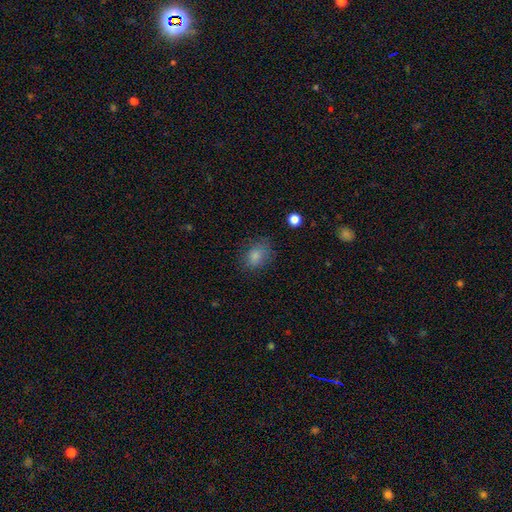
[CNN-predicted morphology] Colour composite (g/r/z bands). It shows a smooth galaxy with no disk features (82%) that is in between round and cigar-shaped (56%). Merging: none (71%).